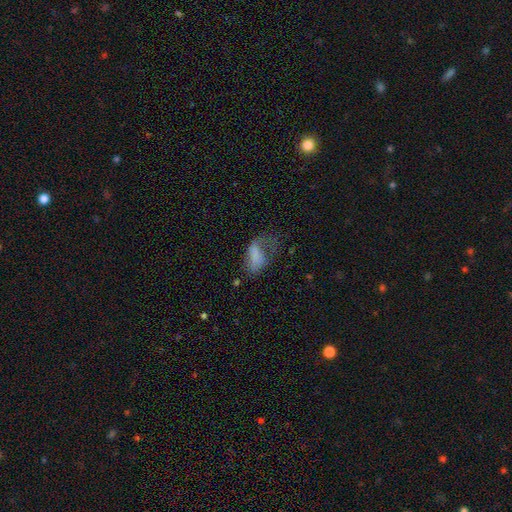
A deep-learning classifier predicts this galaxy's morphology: The model was most divided on "merging": major disturbance: 53%, minor disturbance: 22%, none: 21%, merger: 4%. More confident: how rounded — in between (89%); smooth or featured — smooth (61%).